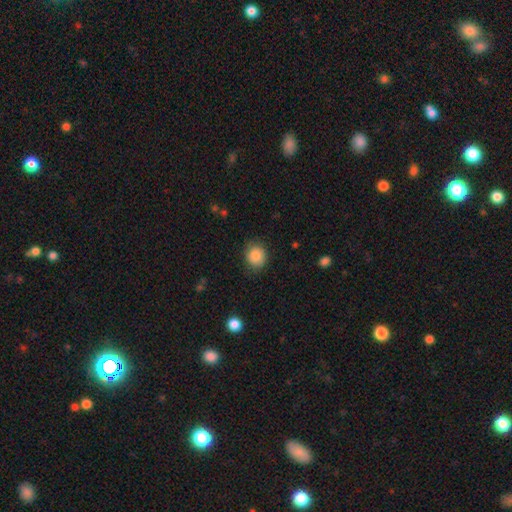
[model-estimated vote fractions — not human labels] Smooth or featured? Predicted: smooth (p=0.87). How rounded? Predicted: round (p=0.75). Merging? Predicted: none (p=0.83).